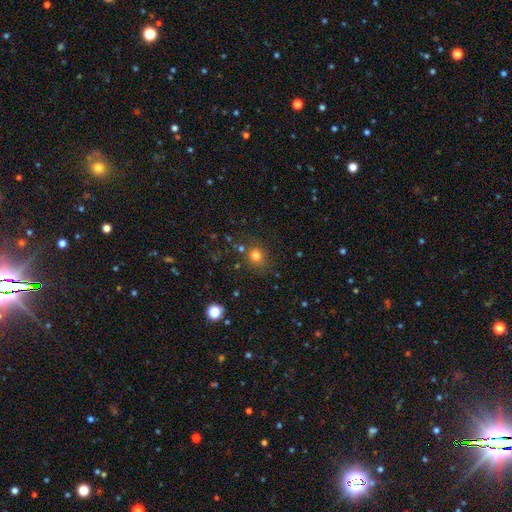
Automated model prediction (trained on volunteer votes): Morphology: type=smooth (76%); roundness=round (79%); merging=none (77%).